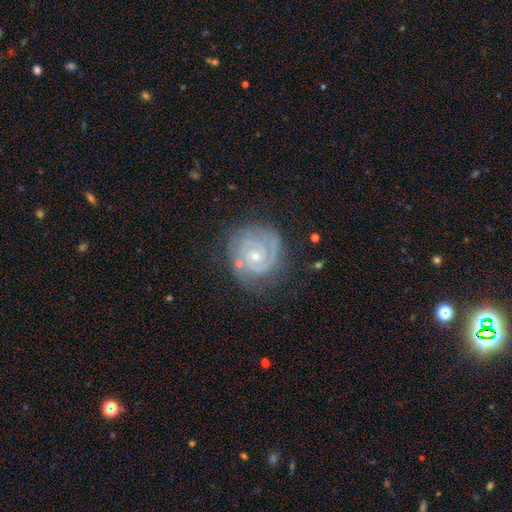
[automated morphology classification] A featured or disk galaxy (87%) with no bar (70%), 2 (53%) tight (76%) spiral arms (97%) and a small central bulge (63%).

Vote fractions:
- Smooth or featured? featured or disk: 87% / smooth: 7% / star or artifact: 6%
- Edge-on disk? no: 98% / yes: 2%
- Bar? no: 70% / weak: 24% / strong: 5%
- Spiral arms? yes: 97% / no: 3%
- Spiral winding? tight: 76% / medium: 21% / loose: 3%
- Spiral arm count? 2: 53% / 3: 21% / can't tell: 14% / 4: 4% / 1: 4% / more than 4: 3%
- Bulge size? small: 63% / moderate: 34% / none: 1% / large: 1% / dominant: 1%
- Merging? none: 74% / minor disturbance: 17% / major disturbance: 6% / merger: 2%